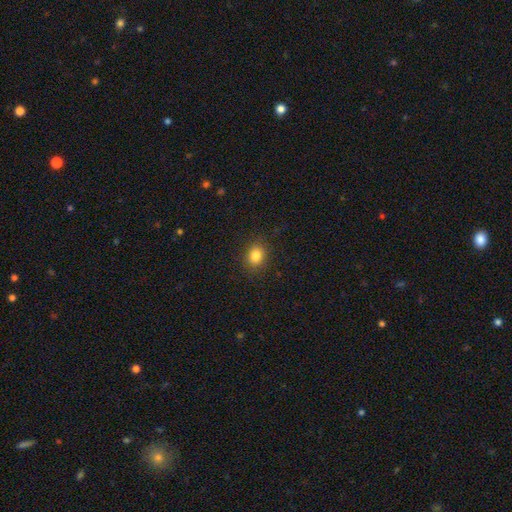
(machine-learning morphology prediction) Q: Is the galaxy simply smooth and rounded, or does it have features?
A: smooth — 84%.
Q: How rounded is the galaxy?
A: round — 51%.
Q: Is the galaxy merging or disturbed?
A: none — 87%.